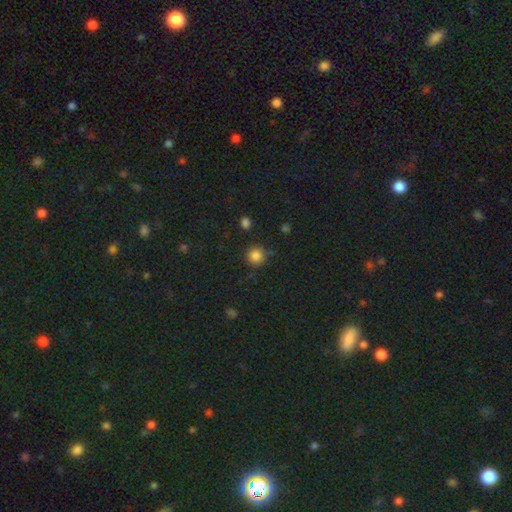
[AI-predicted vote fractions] smooth 84%, star or artifact 12%, featured or disk 4%. Down the decision tree: how rounded — round (94%); merging — none (86%).